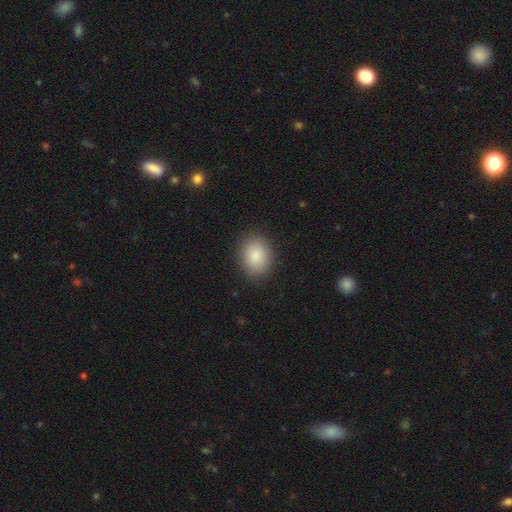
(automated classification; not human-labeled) smooth 88%, star or artifact 8%, featured or disk 5%. Down the decision tree: how rounded — in between (54%); merging — none (88%).